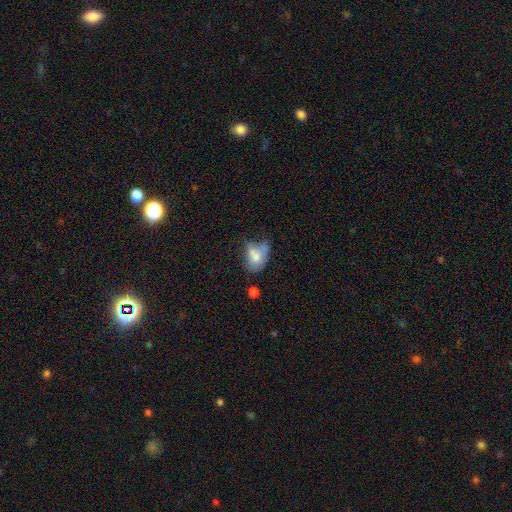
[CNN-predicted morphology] type=smooth (65%); roundness=in between (78%); merging=minor disturbance (28%).